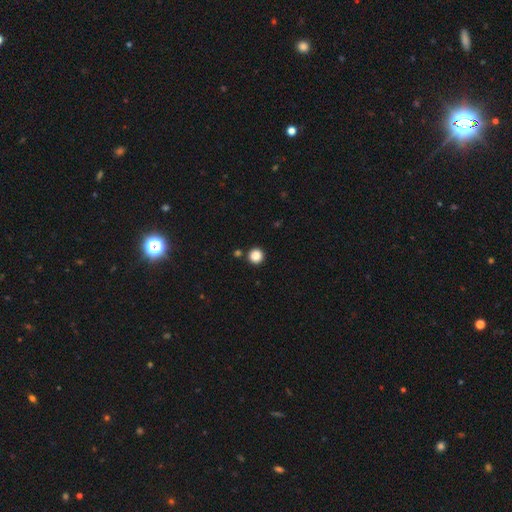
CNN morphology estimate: Smooth or featured? Predicted: smooth (p=0.85). How rounded? Predicted: round (p=0.96). Merging? Predicted: none (p=0.90).